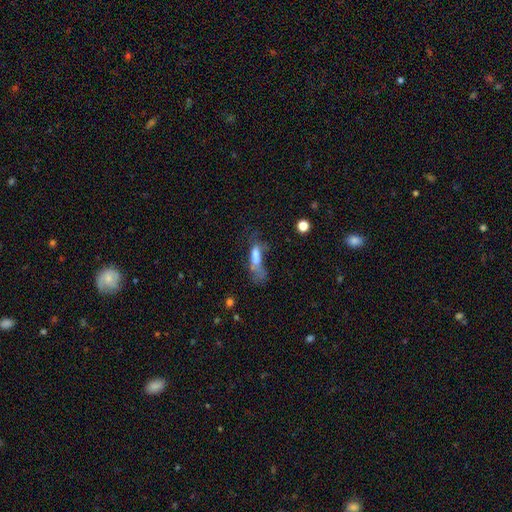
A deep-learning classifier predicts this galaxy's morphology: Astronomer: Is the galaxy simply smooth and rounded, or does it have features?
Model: smooth — 56%.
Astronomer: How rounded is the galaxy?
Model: cigar-shaped — 51% (runner-up: in between, 45%).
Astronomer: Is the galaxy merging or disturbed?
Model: major disturbance — 44% (runner-up: none, 22%).